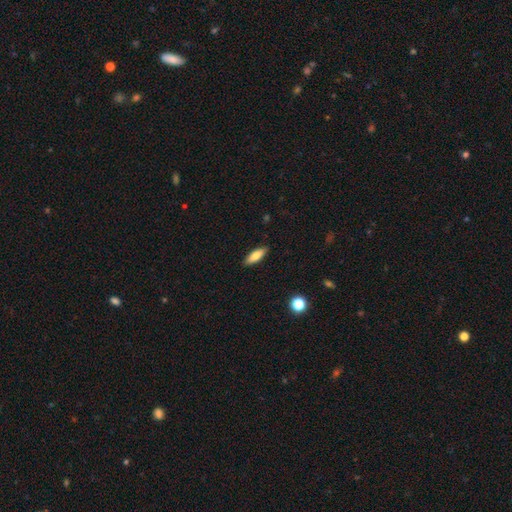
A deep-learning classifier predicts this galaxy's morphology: A smooth galaxy with no disk features (79%) that is in between round and cigar-shaped (60%).

Vote fractions:
- Smooth or featured? smooth: 79% / featured or disk: 14% / star or artifact: 7%
- How rounded? in between: 60% / cigar-shaped: 38% / round: 2%
- Merging? none: 89% / minor disturbance: 8% / major disturbance: 2% / merger: 1%